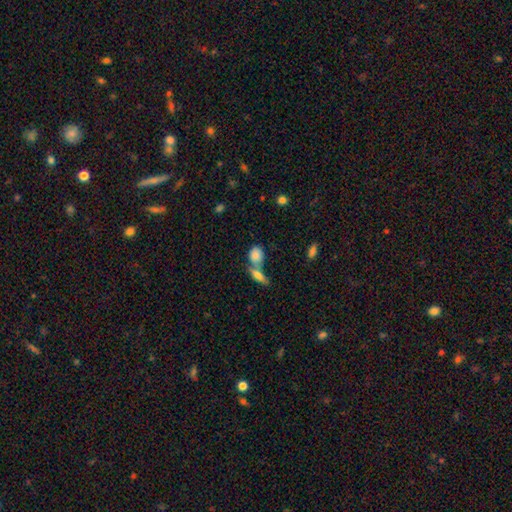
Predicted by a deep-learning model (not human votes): Smooth or featured? smooth (82%)
How rounded? in between (58%)
Merging? merger (46%)